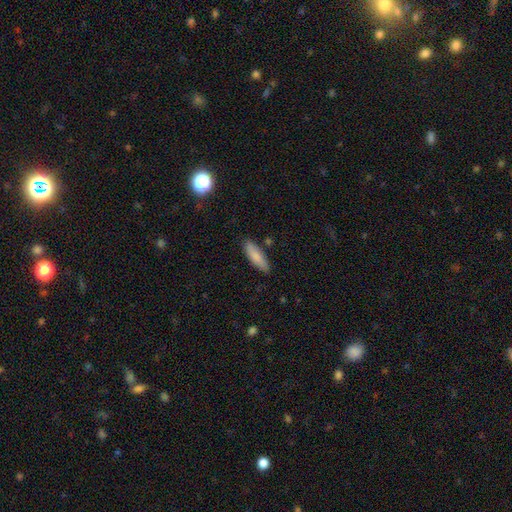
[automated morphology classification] The model was most divided on "how rounded": in between: 50%, cigar-shaped: 48%, round: 2%. More confident: merging — none (84%); smooth or featured — smooth (83%).